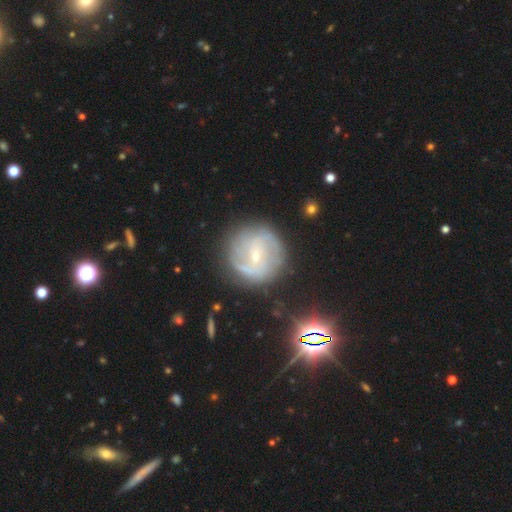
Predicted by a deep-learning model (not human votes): The model was most divided on "spiral winding": medium: 43%, tight: 31%, loose: 26%. More confident: edge-on disk — no (97%); spiral arms — yes (90%); merging — none (78%); smooth or featured — featured or disk (75%); bulge size — small (73%); spiral arm count — 2 (63%); bar — weak (53%).